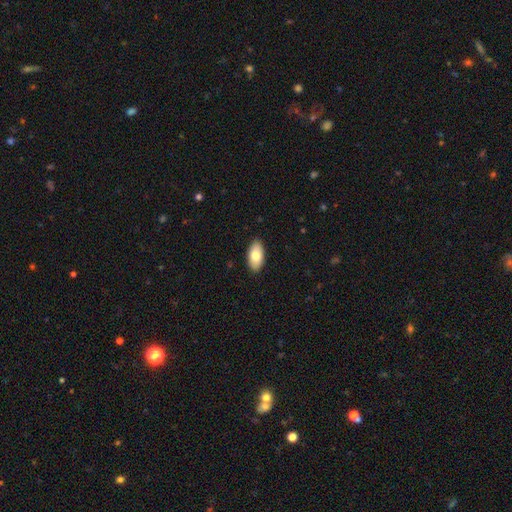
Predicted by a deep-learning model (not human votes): Smooth or featured? smooth (79%)
How rounded? in between (94%)
Merging? none (90%)